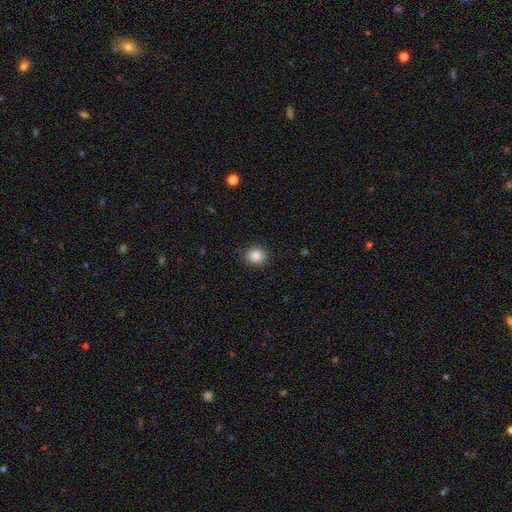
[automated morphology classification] Q: Smooth or featured?
A: smooth (86%); runner-up: star or artifact (10%)
Q: How rounded?
A: round (77%); runner-up: in between (22%)
Q: Merging?
A: none (87%); runner-up: minor disturbance (10%)